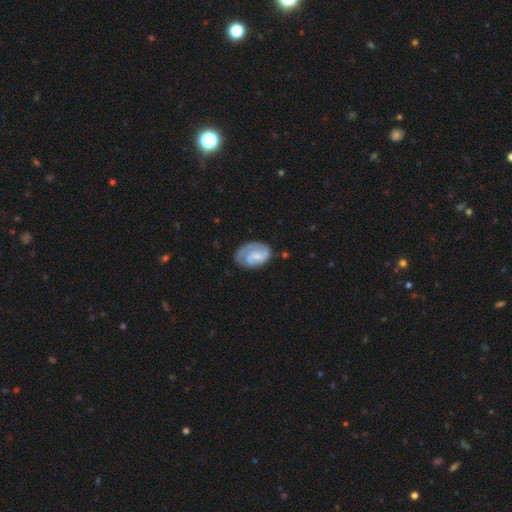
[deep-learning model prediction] This is possibly a featured or disk galaxy (59%). It is clearly not viewed edge-on (97%). Bar: possibly no (59%). Spiral arm pattern: clearly yes (83%). Central bulge: marginally small (35%). Merging: possibly none (54%).